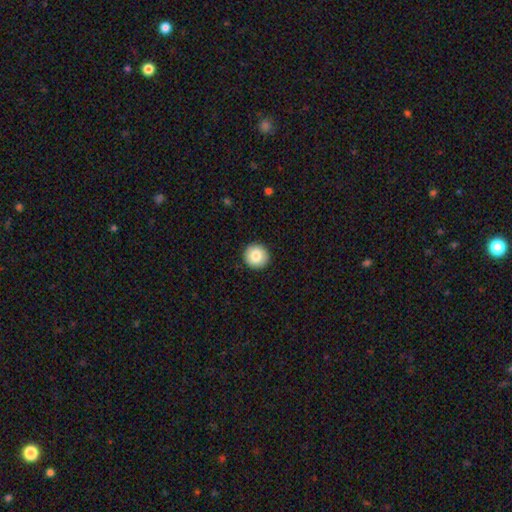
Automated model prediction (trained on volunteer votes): Morphology: type=smooth (84%); roundness=round (93%); merging=none (92%).